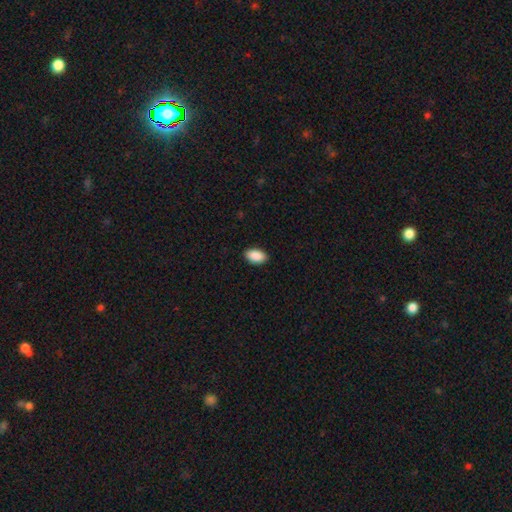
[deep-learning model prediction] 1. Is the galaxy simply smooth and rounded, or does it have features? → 91% smooth, 6% star or artifact, 3% featured or disk.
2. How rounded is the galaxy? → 95% in between, 4% round, 2% cigar-shaped.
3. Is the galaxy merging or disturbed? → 90% none, 8% minor disturbance, 2% major disturbance, 1% merger.